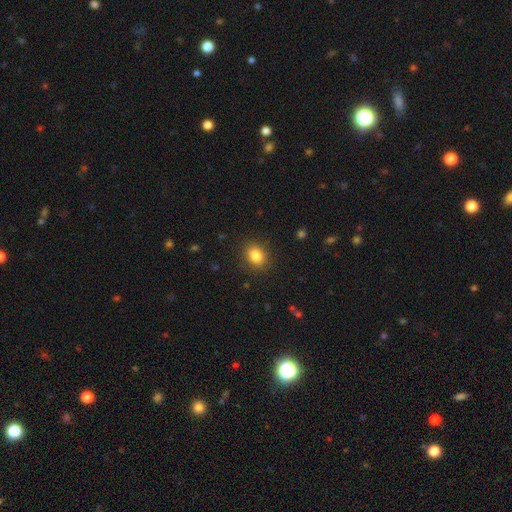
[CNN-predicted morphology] This is clearly a smooth galaxy (85%). How rounded: possibly in between (52%). Merging: clearly none (88%).